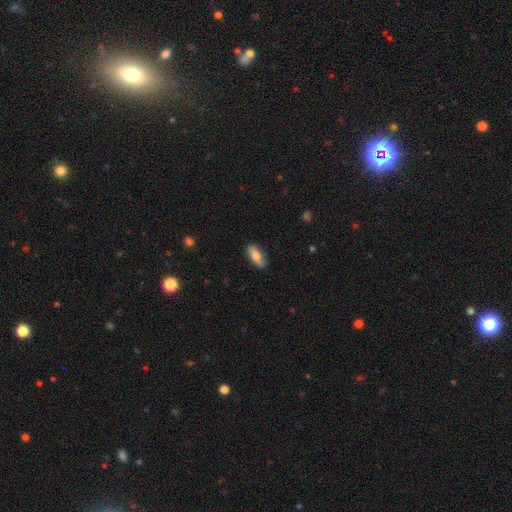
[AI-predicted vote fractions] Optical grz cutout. It shows a smooth galaxy with no disk features (63%) that is in between round and cigar-shaped (76%). Merging: none (84%).